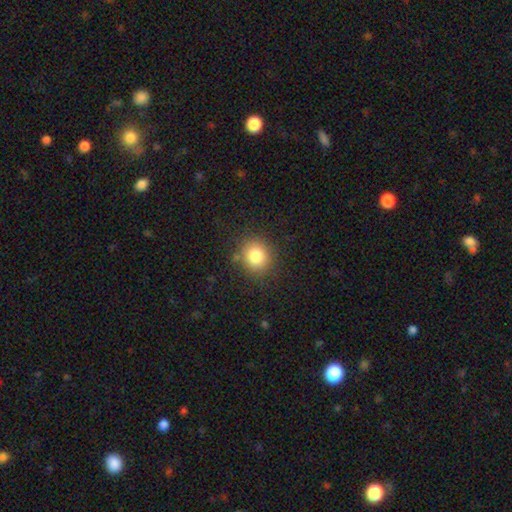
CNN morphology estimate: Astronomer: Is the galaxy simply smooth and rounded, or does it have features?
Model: smooth — 81%.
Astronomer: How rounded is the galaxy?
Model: round — 85%.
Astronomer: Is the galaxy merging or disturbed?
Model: none — 85%.